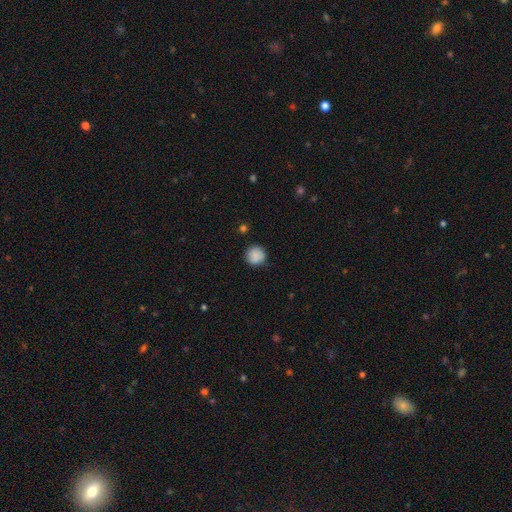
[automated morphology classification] Smooth or featured: smooth — 88% (star or artifact — 8%)
How rounded: round — 94% (in between — 5%)
Merging: none — 86% (minor disturbance — 10%)